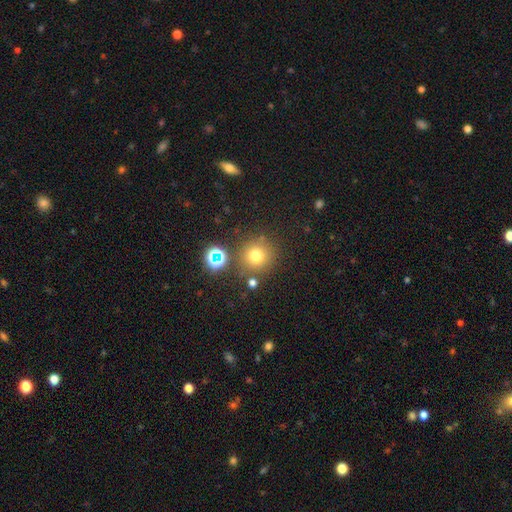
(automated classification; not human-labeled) Q: Smooth or featured?
A: smooth (73%); runner-up: star or artifact (19%)
Q: How rounded?
A: round (94%); runner-up: in between (5%)
Q: Merging?
A: none (81%); runner-up: minor disturbance (8%)